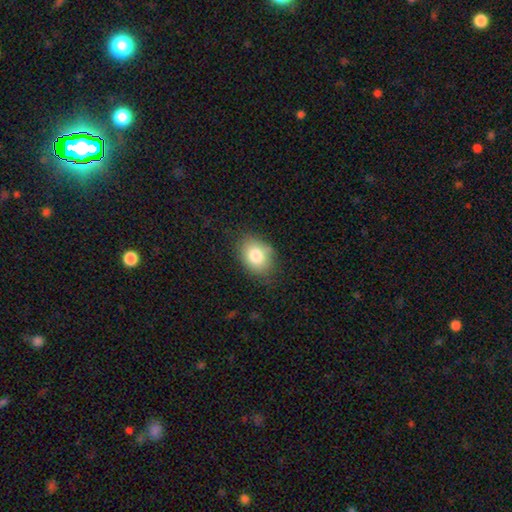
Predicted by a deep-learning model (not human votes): A smooth galaxy with no disk features (81%) that is in between round and cigar-shaped (75%). Merging: none (76%).